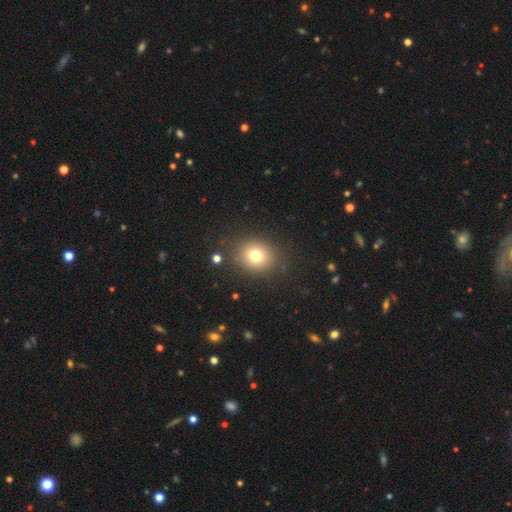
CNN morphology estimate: Overall: smooth (76%). How rounded: round (75%). Merging: none (86%).